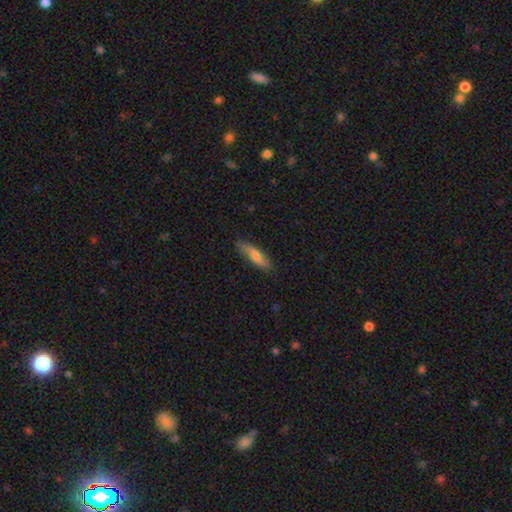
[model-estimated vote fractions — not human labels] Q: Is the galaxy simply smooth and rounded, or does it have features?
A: smooth — 71%.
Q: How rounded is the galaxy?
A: cigar-shaped — 69%.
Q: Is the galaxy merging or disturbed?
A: none — 79%.